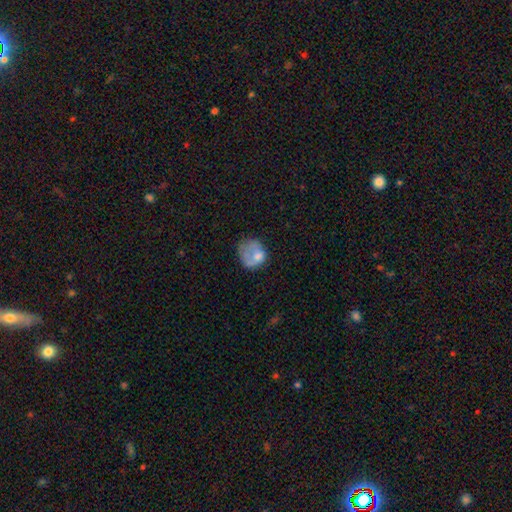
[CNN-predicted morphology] Smooth or featured? smooth (64%)
How rounded? round (59%)
Merging? major disturbance (38%)